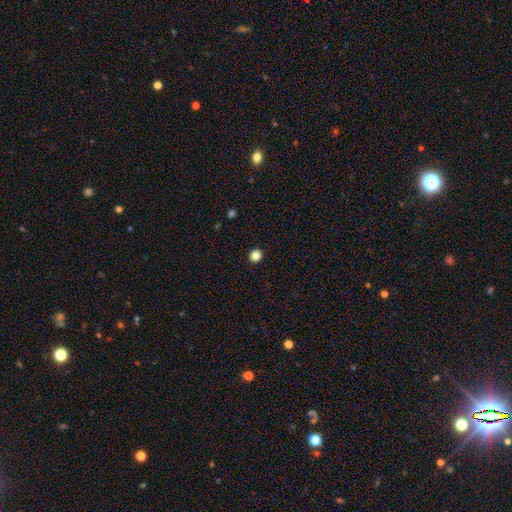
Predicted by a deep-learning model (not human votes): This is clearly a smooth galaxy (84%). How rounded: clearly round (92%). Merging: clearly none (93%).